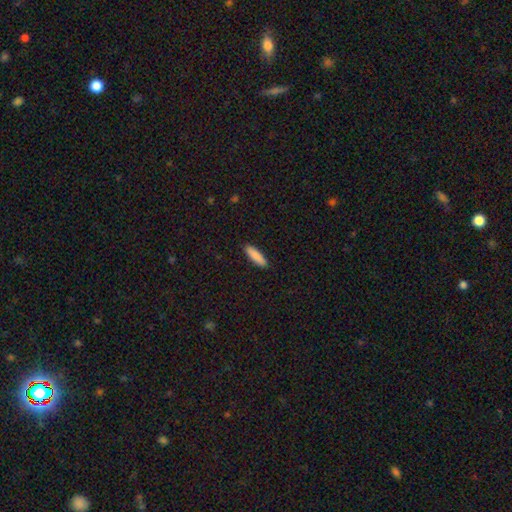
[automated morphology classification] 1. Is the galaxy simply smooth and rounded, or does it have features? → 88% smooth, 6% featured or disk, 6% star or artifact.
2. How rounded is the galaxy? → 64% cigar-shaped, 35% in between, 1% round.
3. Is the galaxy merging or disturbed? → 91% none, 7% minor disturbance, 2% major disturbance, 1% merger.